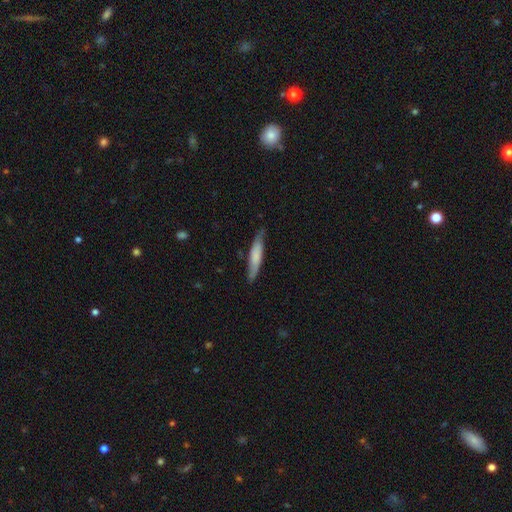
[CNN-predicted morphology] This is possibly a smooth galaxy (57%). How rounded: clearly cigar-shaped (85%). Merging: likely none (76%).